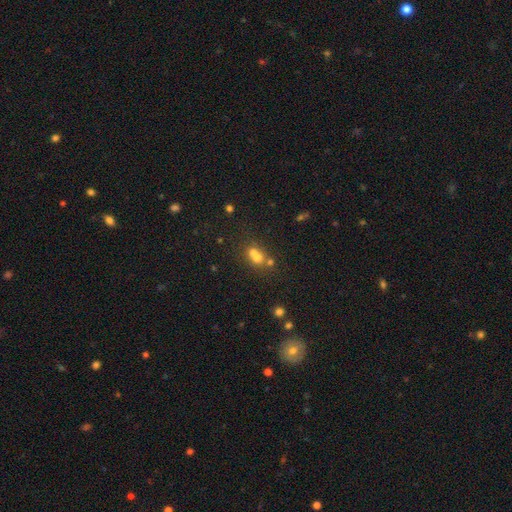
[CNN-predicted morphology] This is possibly a smooth galaxy (56%). How rounded: possibly round (59%). Merging: possibly merger (54%).